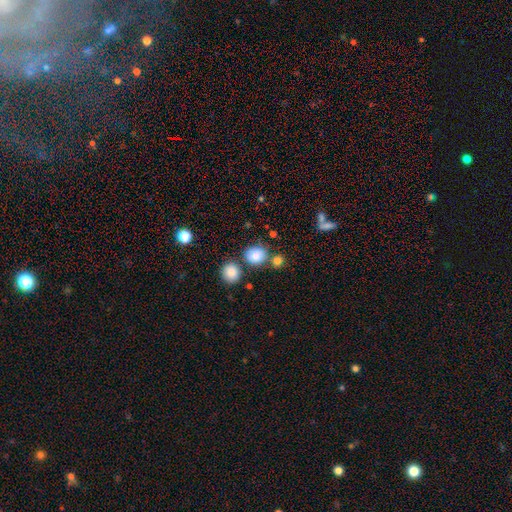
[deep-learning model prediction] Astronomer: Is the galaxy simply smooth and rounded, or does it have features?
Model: smooth — 82%.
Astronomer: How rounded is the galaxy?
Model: round — 77%.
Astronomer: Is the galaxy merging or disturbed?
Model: none — 70%.